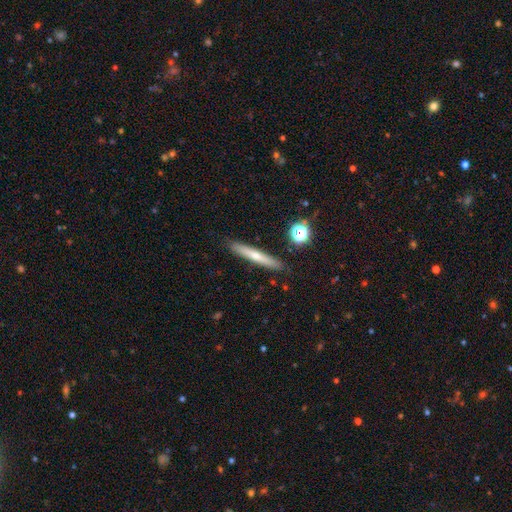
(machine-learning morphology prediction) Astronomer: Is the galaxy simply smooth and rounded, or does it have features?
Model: smooth — 50% (runner-up: featured or disk, 42%).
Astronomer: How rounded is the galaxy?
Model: cigar-shaped — 94%.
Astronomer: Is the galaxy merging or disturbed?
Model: none — 89%.